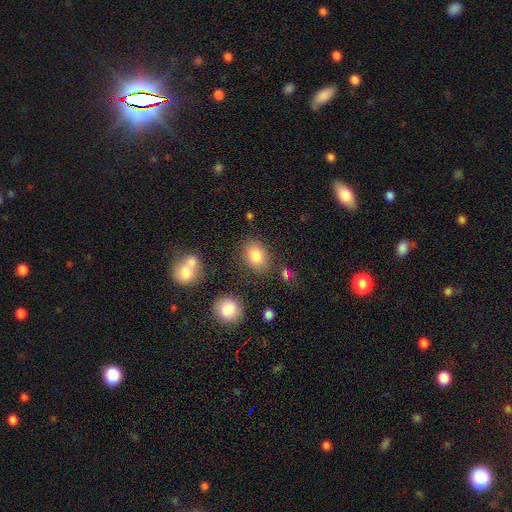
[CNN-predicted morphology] This is clearly a smooth galaxy (83%). How rounded: likely in between (66%). Merging: likely none (79%).